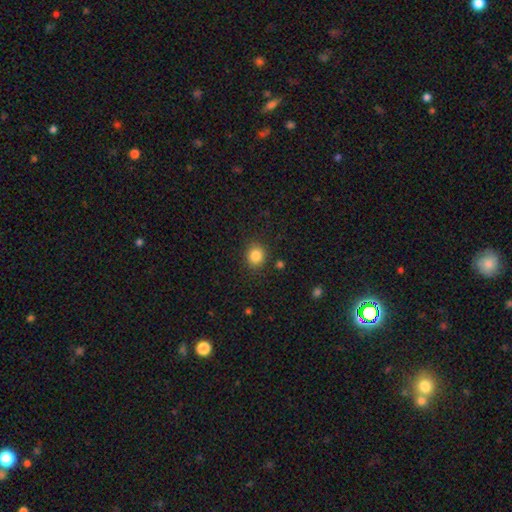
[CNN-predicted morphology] smooth 85%, star or artifact 11%, featured or disk 4%. Down the decision tree: how rounded — round (79%); merging — none (86%).